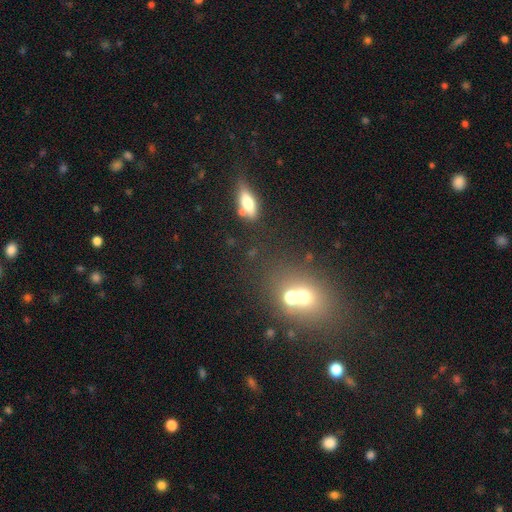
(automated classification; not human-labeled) smooth_or_featured: smooth (p=0.50) [alt: star or artifact p=0.35]
merging: none (p=0.58) [alt: merger p=0.22]